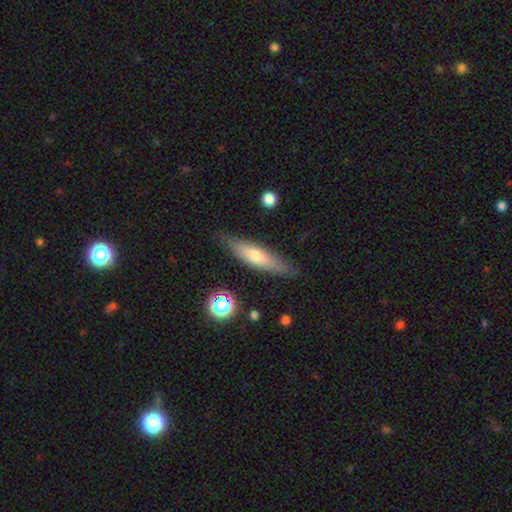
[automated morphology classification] Smooth or featured? Predicted: smooth (p=0.58). How rounded? Predicted: cigar-shaped (p=0.70). Merging? Predicted: none (p=0.82).